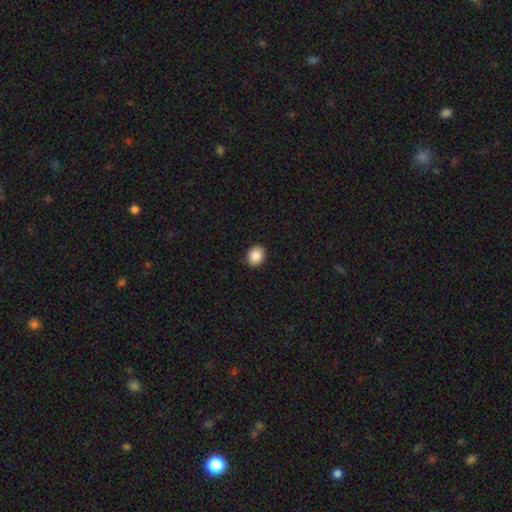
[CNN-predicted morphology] This appears to be a smooth galaxy with no disk features (88%) that is round (51%). Merging: none (89%).